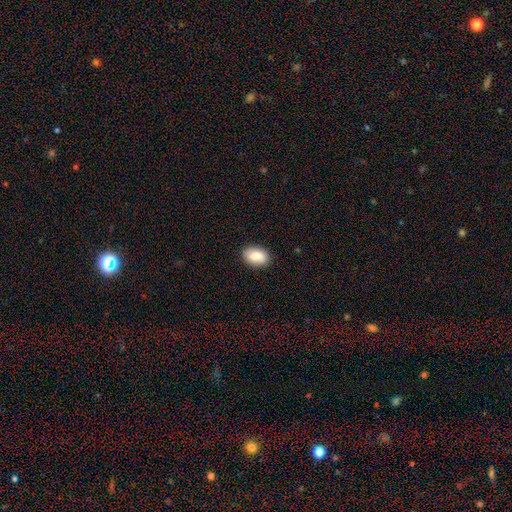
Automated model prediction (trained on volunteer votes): This is clearly a smooth galaxy (83%). How rounded: clearly in between (88%). Merging: clearly none (86%).